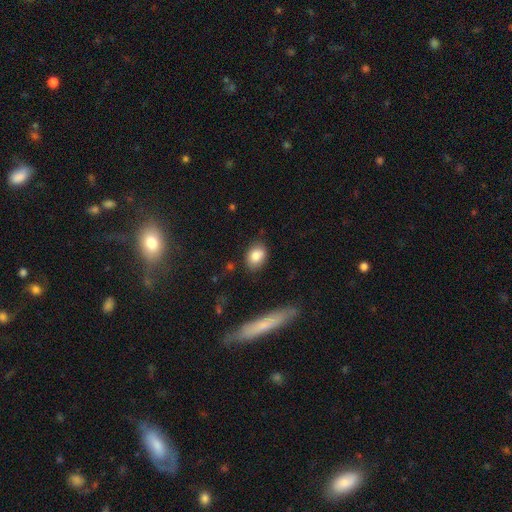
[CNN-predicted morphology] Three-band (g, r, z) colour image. It shows a smooth galaxy with no disk features (83%) that is in between round and cigar-shaped (66%). Merging: none (81%).